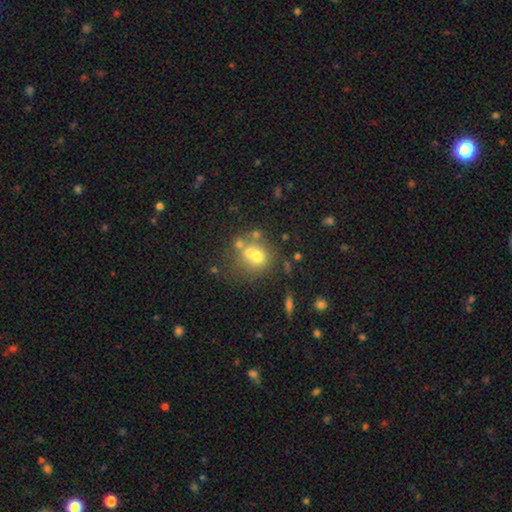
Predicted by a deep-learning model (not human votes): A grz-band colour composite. It shows a smooth galaxy with no disk features (61%) that is round (81%). Merging: none (45%).